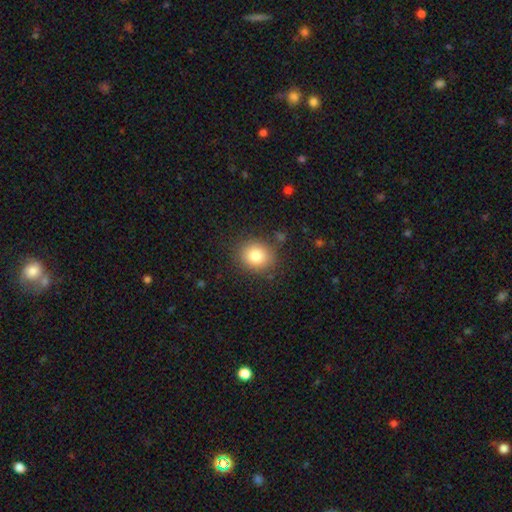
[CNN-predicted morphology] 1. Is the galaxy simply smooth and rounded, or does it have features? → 82% smooth, 10% star or artifact, 8% featured or disk.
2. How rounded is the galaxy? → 72% round, 27% in between, 1% cigar-shaped.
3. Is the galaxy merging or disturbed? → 85% none, 10% minor disturbance, 3% major disturbance, 2% merger.